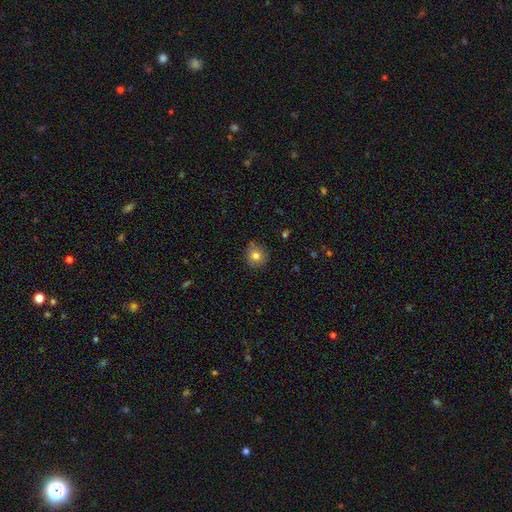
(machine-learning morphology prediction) The model was most divided on "smooth or featured": smooth: 79%, star or artifact: 11%, featured or disk: 9%. More confident: how rounded — round (93%); merging — none (84%).